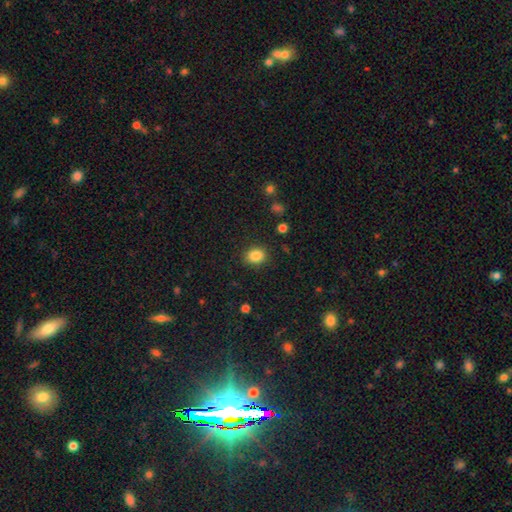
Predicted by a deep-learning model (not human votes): The model was most divided on "how rounded": round: 51%, in between: 48%, cigar-shaped: 1%. More confident: merging — none (87%); smooth or featured — smooth (86%).